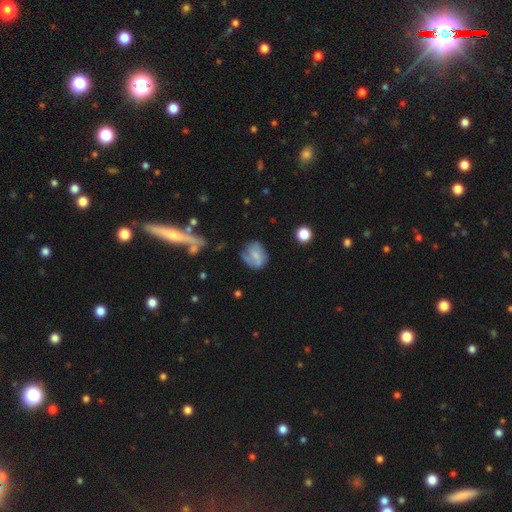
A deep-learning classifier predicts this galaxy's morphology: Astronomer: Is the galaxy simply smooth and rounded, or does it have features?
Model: smooth — 52% (runner-up: featured or disk, 39%).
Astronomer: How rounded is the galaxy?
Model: round — 54% (runner-up: in between, 44%).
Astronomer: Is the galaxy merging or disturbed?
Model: none — 53%.